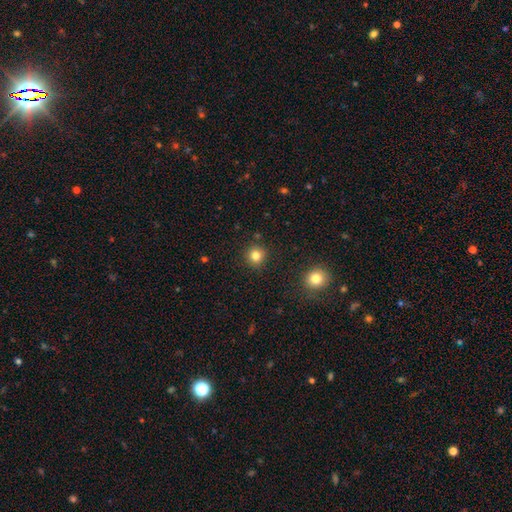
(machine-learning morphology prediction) Smooth or featured?
  - smooth: 81% *
  - star or artifact: 13%
  - featured or disk: 6%
How rounded?
  - round: 93% *
  - in between: 6%
  - cigar-shaped: 1%
Merging?
  - none: 89% *
  - minor disturbance: 6%
  - major disturbance: 2%
  - merger: 2%